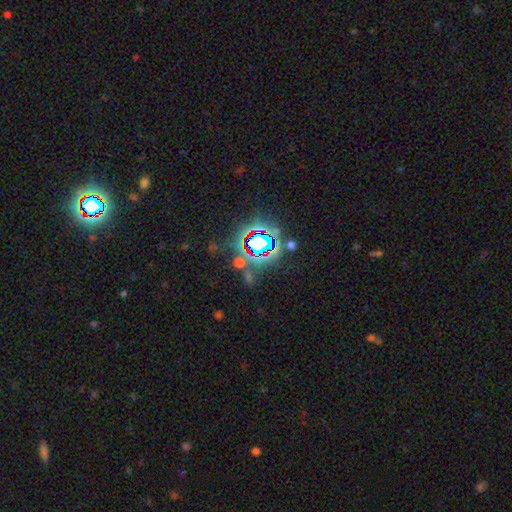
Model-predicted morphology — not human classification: star or artifact 82%, smooth 9%, featured or disk 8%.